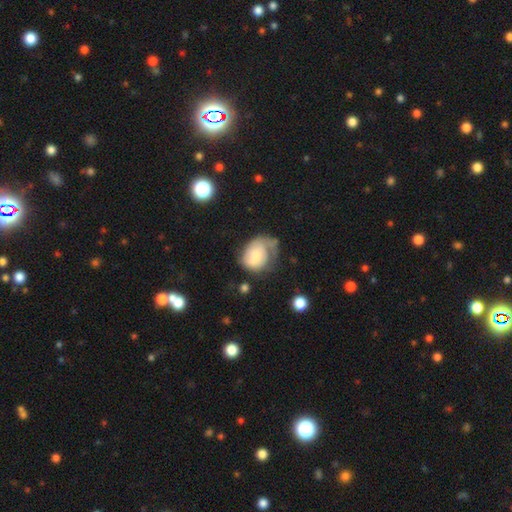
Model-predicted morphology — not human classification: A smooth galaxy with no disk features (50%) that is in between round and cigar-shaped (53%). Merging: major disturbance (34%).